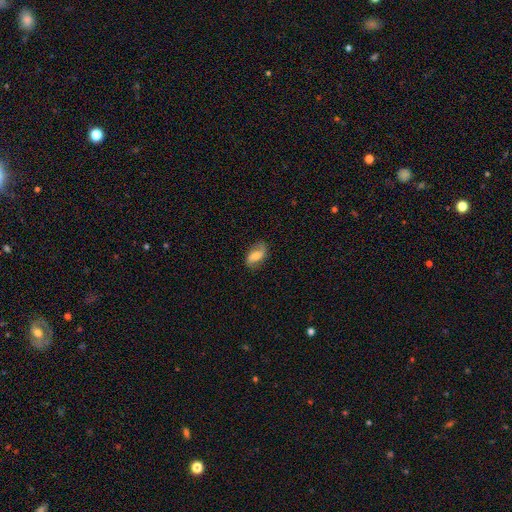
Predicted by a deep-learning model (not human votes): smooth-or-featured: smooth: 47% | featured or disk: 45% | star or artifact: 8%
  merging: none: 77% | minor disturbance: 17% | major disturbance: 5% | merger: 1%